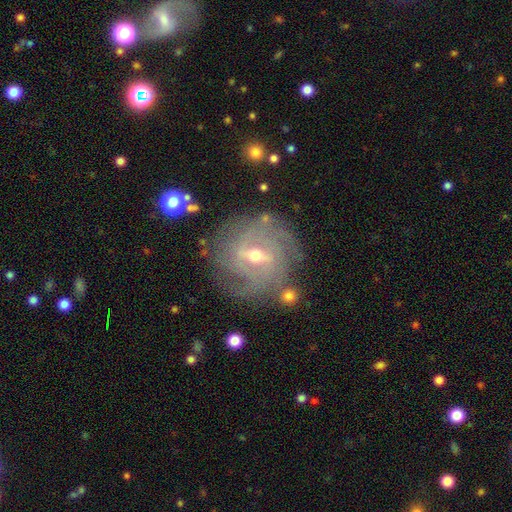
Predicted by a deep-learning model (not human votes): Smooth or featured? featured or disk (86%)
Edge-on disk? no (96%)
Bar? weak (54%)
Spiral arms? yes (94%)
Spiral winding? tight (68%)
Spiral arm count? can't tell (33%)
Bulge size? moderate (56%)
Merging? none (77%)